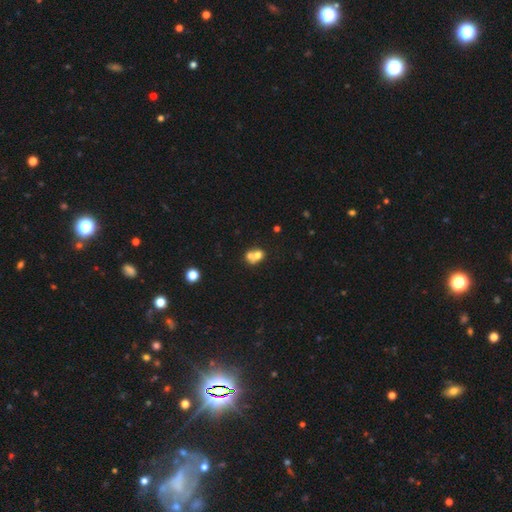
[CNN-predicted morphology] Q: Smooth or featured?
A: smooth (64%); runner-up: featured or disk (24%)
Q: How rounded?
A: round (59%); runner-up: in between (40%)
Q: Merging?
A: merger (66%); runner-up: none (24%)